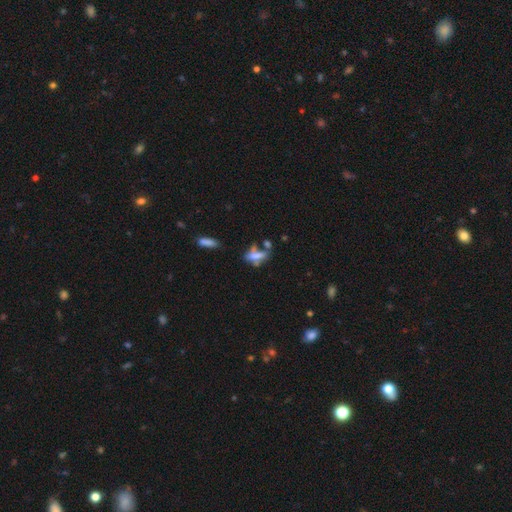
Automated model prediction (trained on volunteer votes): This is possibly a smooth galaxy (57%). How rounded: possibly in between (54%). Merging: marginally none (39%).